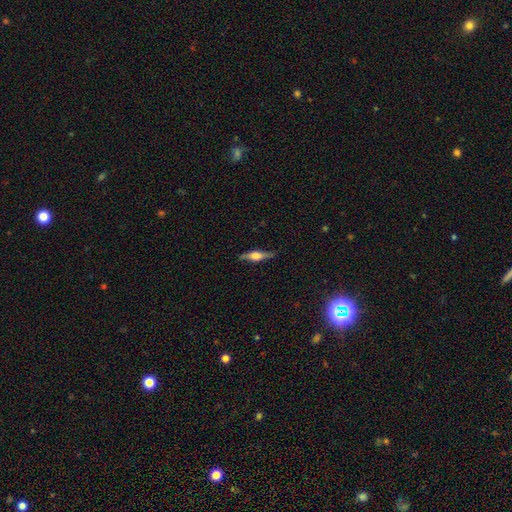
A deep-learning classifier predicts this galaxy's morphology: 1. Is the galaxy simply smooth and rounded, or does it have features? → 62% featured or disk, 32% smooth, 6% star or artifact.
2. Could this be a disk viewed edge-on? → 93% yes, 7% no.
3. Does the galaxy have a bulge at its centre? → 82% rounded, 15% boxy, 3% none.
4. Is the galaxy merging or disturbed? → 81% none, 14% minor disturbance, 3% major disturbance, 1% merger.